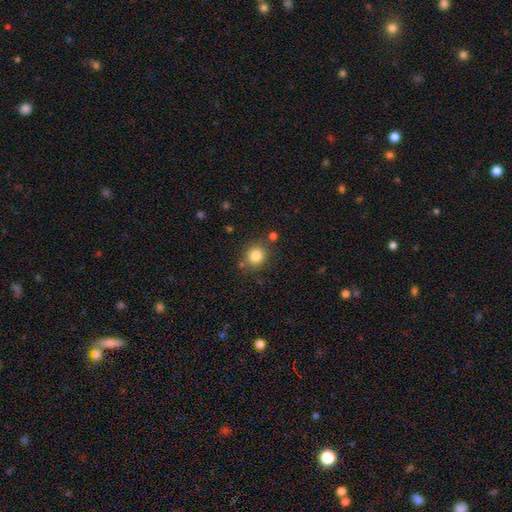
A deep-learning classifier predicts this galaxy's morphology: A smooth galaxy with no disk features (83%) that is round (84%). Merging: none (80%).